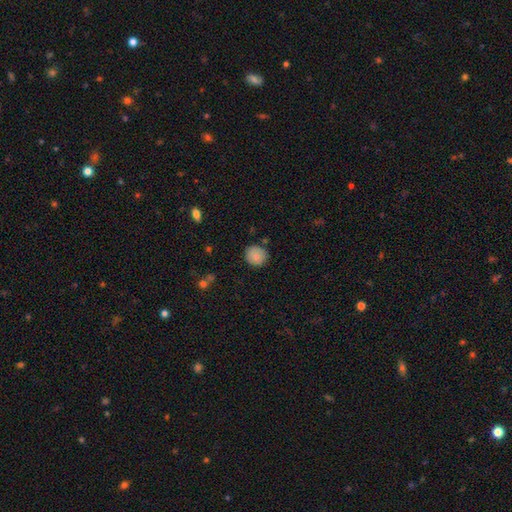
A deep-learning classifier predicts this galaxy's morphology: smooth-or-featured: smooth: 84% | star or artifact: 8% | featured or disk: 7%
  how-rounded: round: 86% | in between: 13% | cigar-shaped: 1%
  merging: none: 82% | minor disturbance: 13% | major disturbance: 3% | merger: 2%